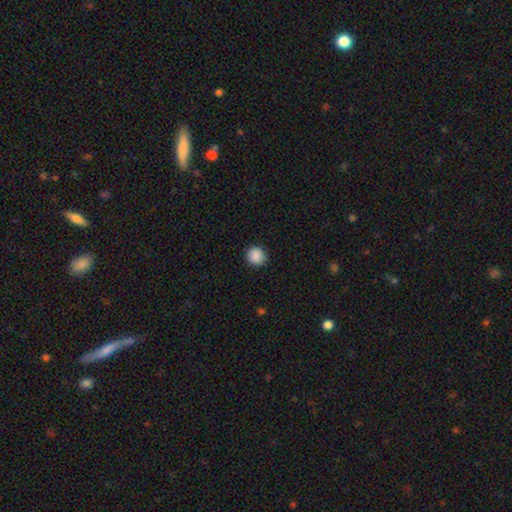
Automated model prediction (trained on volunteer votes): This appears to be a smooth galaxy with no disk features (89%) that is round (91%). Merging: none (90%).